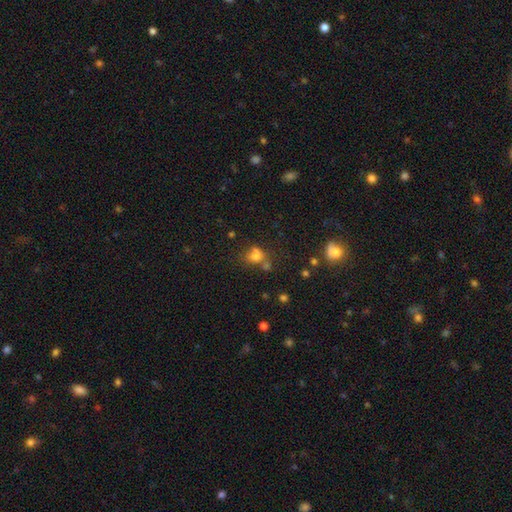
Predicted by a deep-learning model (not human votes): The model was most divided on "merging": none: 40%, merger: 31%, minor disturbance: 18%, major disturbance: 11%. More confident: smooth or featured — smooth (69%); how rounded — round (62%).